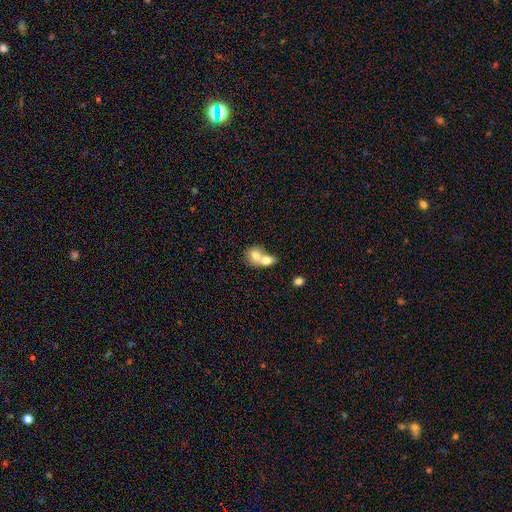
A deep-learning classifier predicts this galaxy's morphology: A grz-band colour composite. It shows a smooth galaxy with no disk features (71%) that is round (54%). Merging: merger (76%).